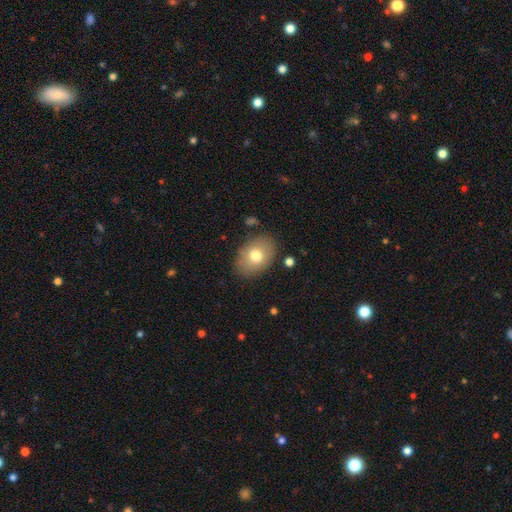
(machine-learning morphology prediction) Smooth or featured? Predicted: smooth (p=0.74). How rounded? Predicted: in between (p=0.79). Merging? Predicted: none (p=0.82).